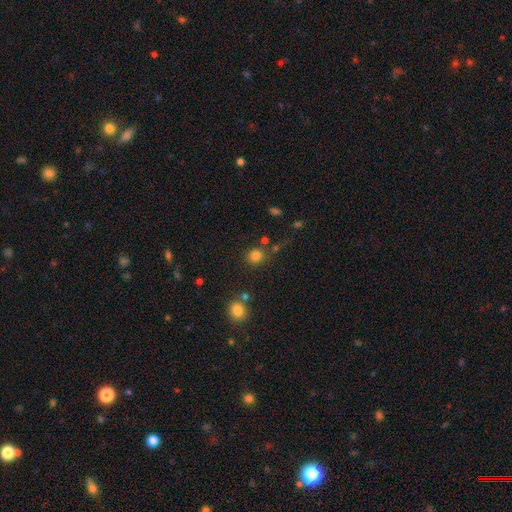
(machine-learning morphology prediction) Smooth or featured?
  - smooth: 80% *
  - star or artifact: 14%
  - featured or disk: 6%
How rounded?
  - round: 88% *
  - in between: 11%
  - cigar-shaped: 1%
Merging?
  - none: 78% *
  - minor disturbance: 9%
  - merger: 9%
  - major disturbance: 4%